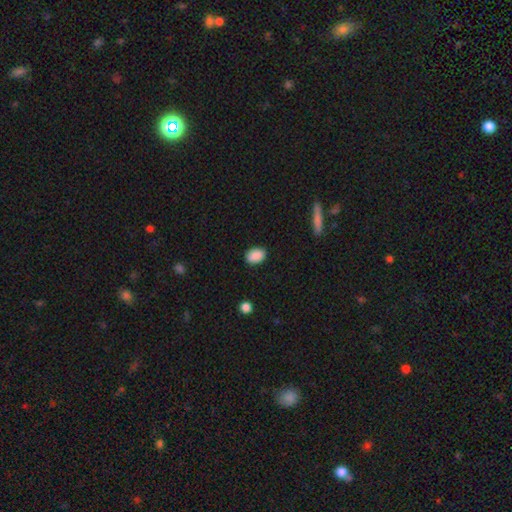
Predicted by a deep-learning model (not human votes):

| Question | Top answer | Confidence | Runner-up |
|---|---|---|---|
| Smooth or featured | smooth | 89% | star or artifact (7%) |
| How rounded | in between | 80% | round (19%) |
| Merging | none | 88% | minor disturbance (9%) |